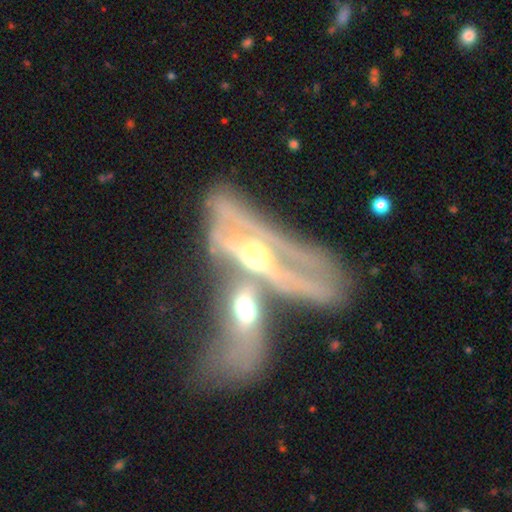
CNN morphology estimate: A featured or disk galaxy (79%). Merging: merger (70%).